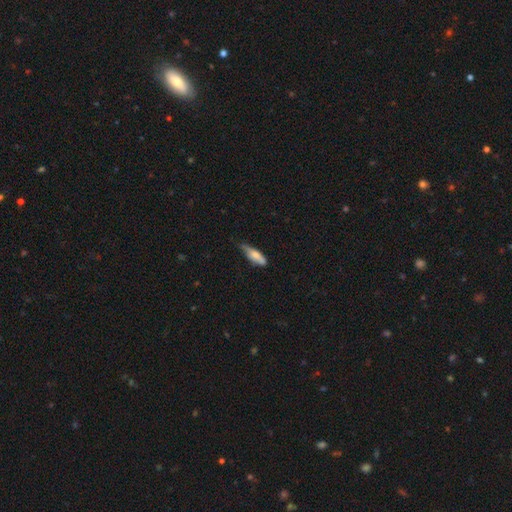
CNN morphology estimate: Smooth or featured?
  - smooth: 67% *
  - featured or disk: 27%
  - star or artifact: 6%
How rounded?
  - cigar-shaped: 55% *
  - in between: 43%
  - round: 2%
Merging?
  - none: 51% *
  - minor disturbance: 38%
  - major disturbance: 8%
  - merger: 3%